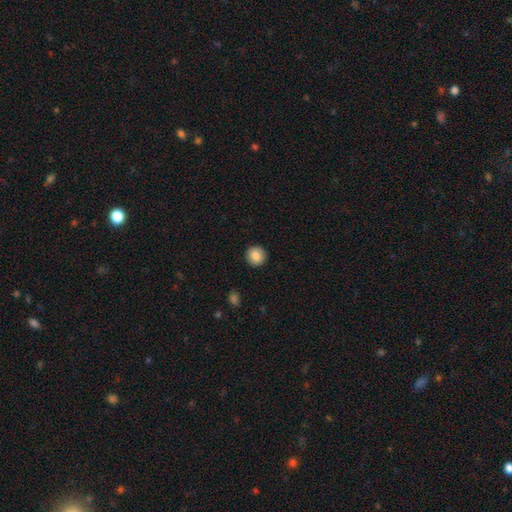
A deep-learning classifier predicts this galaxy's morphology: smooth-or-featured: smooth: 85% | star or artifact: 8% | featured or disk: 6%
  how-rounded: round: 92% | in between: 7% | cigar-shaped: 1%
  merging: none: 91% | minor disturbance: 6% | major disturbance: 2% | merger: 1%